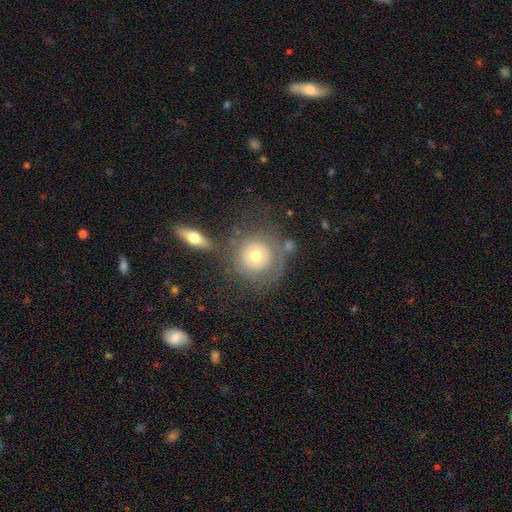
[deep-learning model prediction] Smooth or featured? featured or disk (46%)
Merging? none (64%)